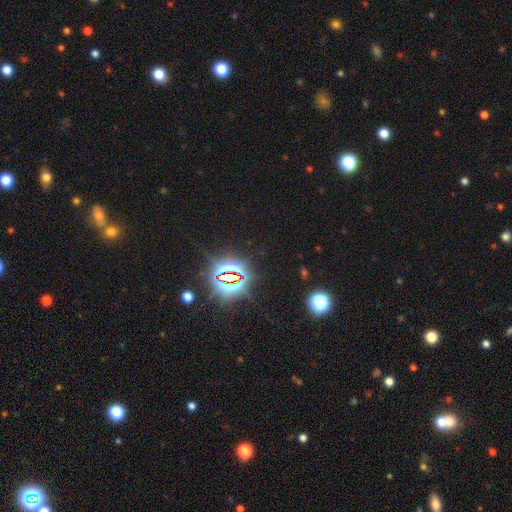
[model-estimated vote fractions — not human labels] Morphology: type=star or artifact (80%).